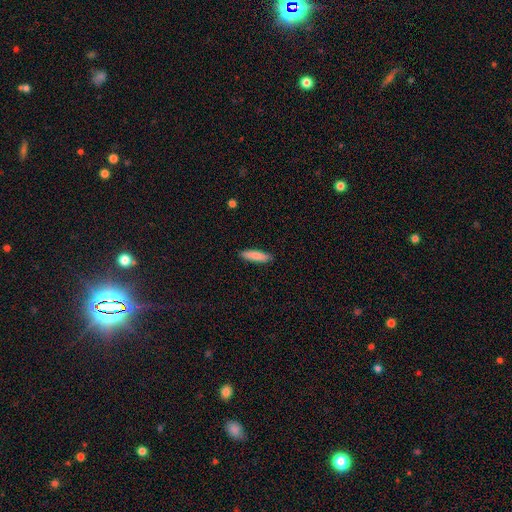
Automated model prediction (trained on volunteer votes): A smooth galaxy with no disk features (86%) that is cigar-shaped (68%). Merging: none (90%).